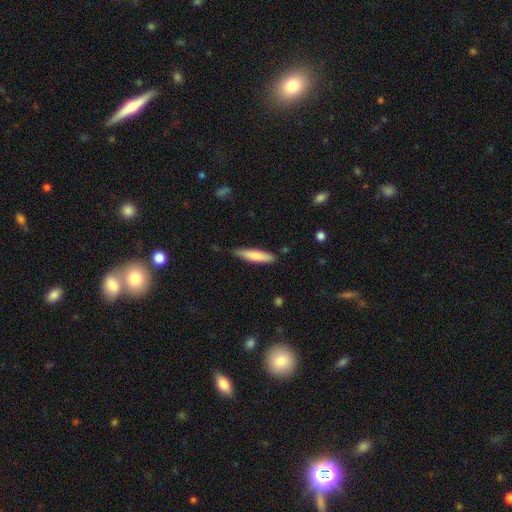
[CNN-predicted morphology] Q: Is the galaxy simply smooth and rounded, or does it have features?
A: smooth — 80%.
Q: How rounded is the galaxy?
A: cigar-shaped — 82%.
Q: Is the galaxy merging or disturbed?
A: none — 75%.